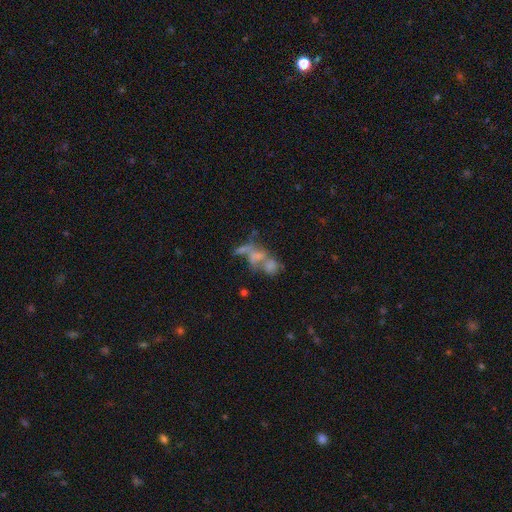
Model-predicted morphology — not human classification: smooth_or_featured: featured or disk (p=0.43) [alt: smooth p=0.33]
merging: merger (p=0.49) [alt: none p=0.22]